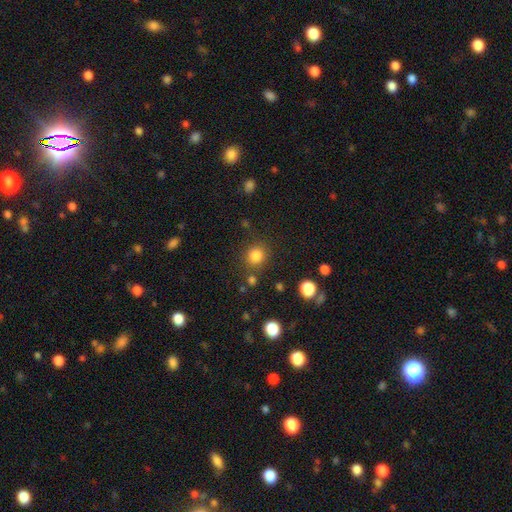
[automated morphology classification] The model was most divided on "smooth or featured": smooth: 83%, star or artifact: 12%, featured or disk: 5%. More confident: how rounded — round (88%); merging — none (82%).